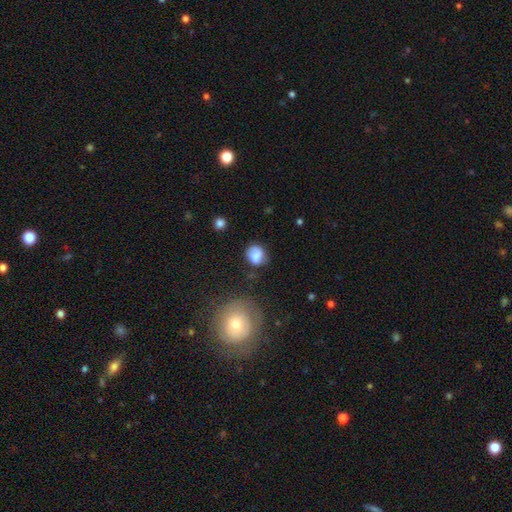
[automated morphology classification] Q: Smooth or featured?
A: smooth (78%); runner-up: featured or disk (13%)
Q: How rounded?
A: round (67%); runner-up: in between (32%)
Q: Merging?
A: none (62%); runner-up: minor disturbance (25%)